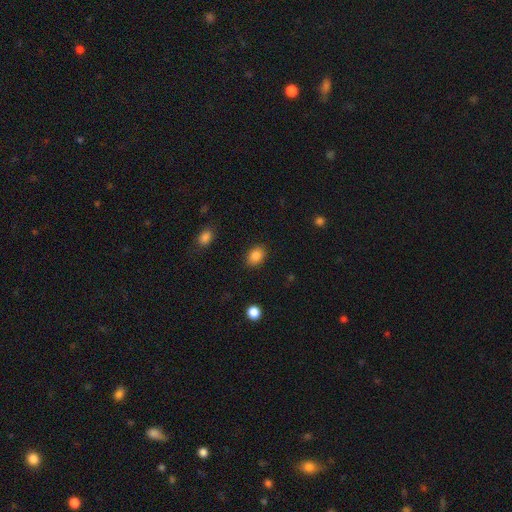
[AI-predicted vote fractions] A smooth galaxy with no disk features (86%) that is in between round and cigar-shaped (71%). Merging: none (86%).